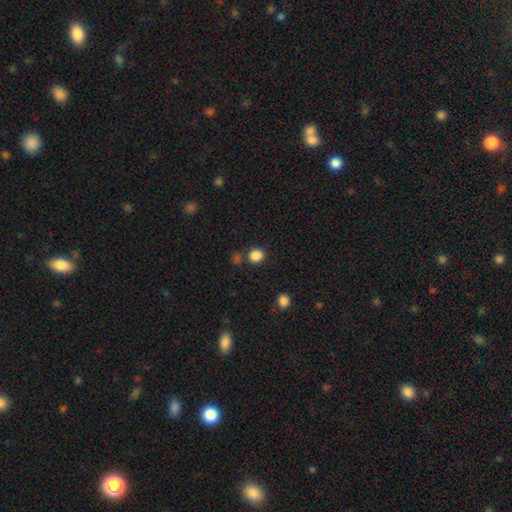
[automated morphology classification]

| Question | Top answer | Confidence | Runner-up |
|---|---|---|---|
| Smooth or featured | smooth | 85% | star or artifact (12%) |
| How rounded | round | 84% | in between (15%) |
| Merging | none | 80% | merger (9%) |